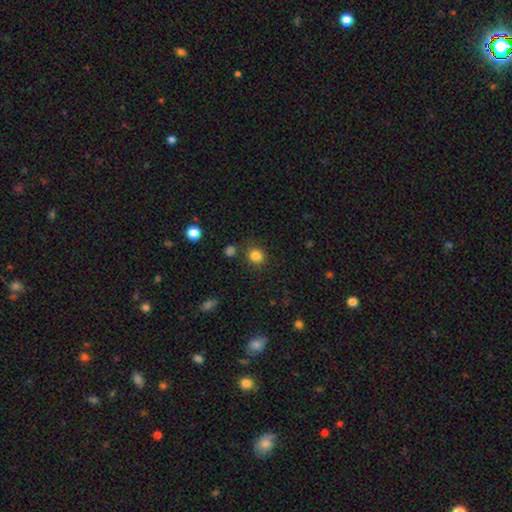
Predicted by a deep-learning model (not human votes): Q: Smooth or featured?
A: smooth (83%); runner-up: star or artifact (13%)
Q: How rounded?
A: round (87%); runner-up: in between (12%)
Q: Merging?
A: none (83%); runner-up: minor disturbance (9%)